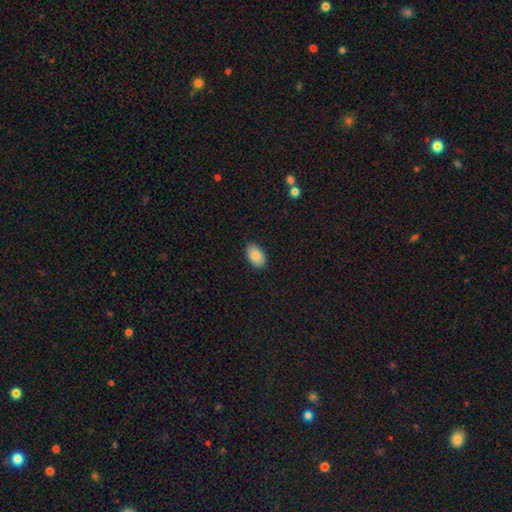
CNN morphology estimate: Smooth or featured?
  - smooth: 86% *
  - star or artifact: 7%
  - featured or disk: 7%
How rounded?
  - in between: 92% *
  - round: 7%
  - cigar-shaped: 1%
Merging?
  - none: 87% *
  - minor disturbance: 10%
  - major disturbance: 2%
  - merger: 1%